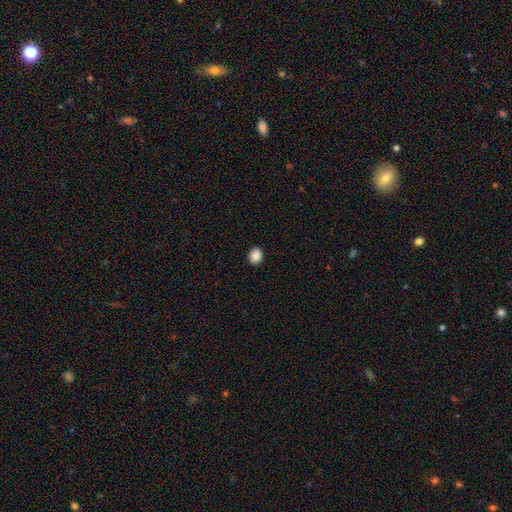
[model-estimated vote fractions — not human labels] smooth 89%, star or artifact 9%, featured or disk 3%. Down the decision tree: how rounded — round (58%); merging — none (91%).